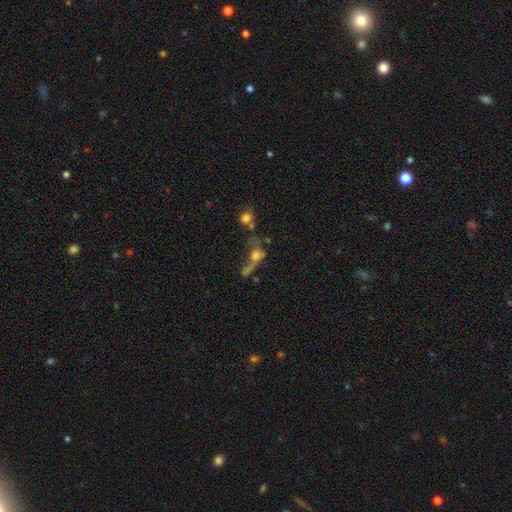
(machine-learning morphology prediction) This is possibly a smooth galaxy (49%). Merging: marginally merger (36%).